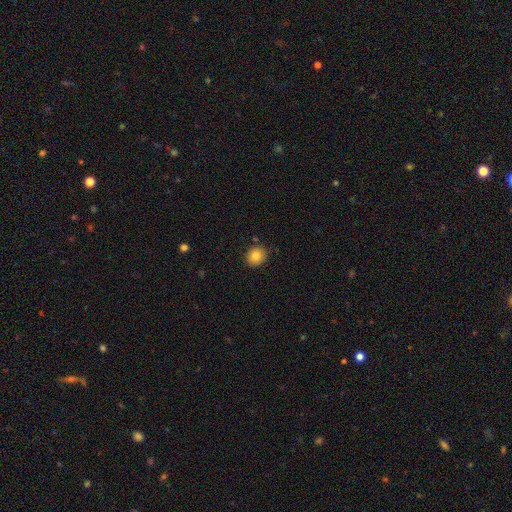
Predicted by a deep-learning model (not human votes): The model was most divided on "how rounded": round: 80%, in between: 19%, cigar-shaped: 1%. More confident: merging — none (84%); smooth or featured — smooth (83%).